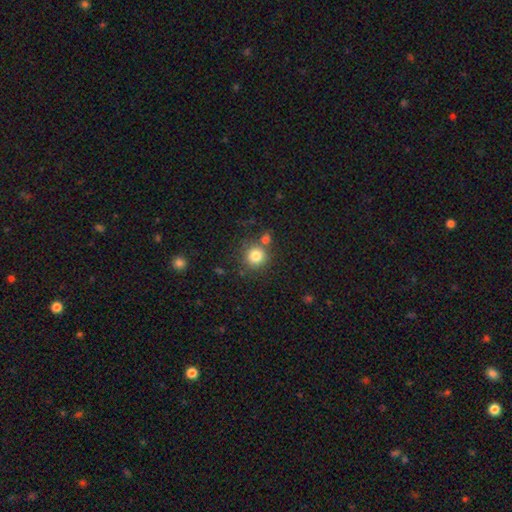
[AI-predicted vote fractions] The model was most divided on "merging": none: 72%, merger: 15%, minor disturbance: 9%, major disturbance: 4%. More confident: how rounded — round (92%); smooth or featured — smooth (82%).